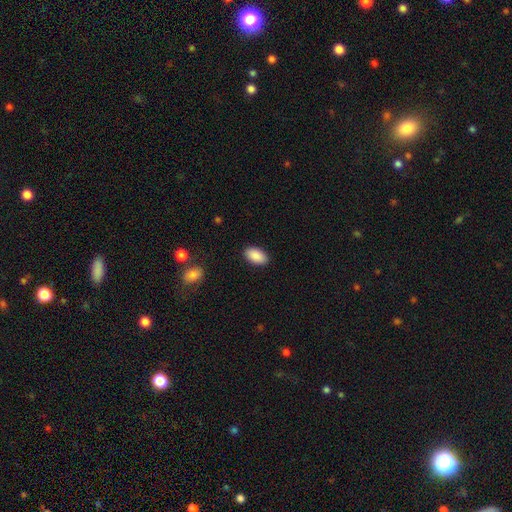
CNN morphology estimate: This appears to be a smooth galaxy with no disk features (90%) that is in between round and cigar-shaped (94%). Merging: none (89%).